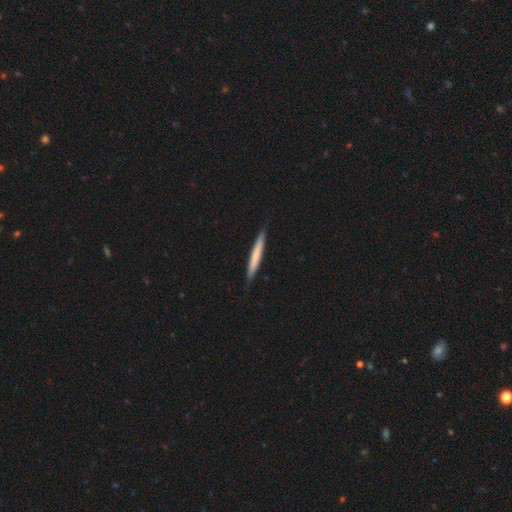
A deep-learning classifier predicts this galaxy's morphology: Smooth or featured? smooth (64%)
How rounded? cigar-shaped (96%)
Merging? none (87%)